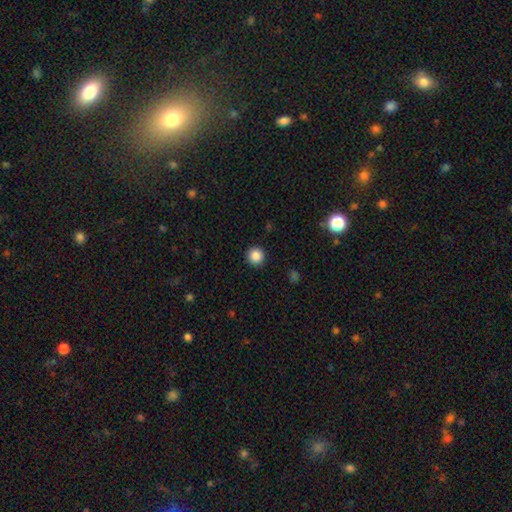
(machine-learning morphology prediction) smooth 86%, star or artifact 11%, featured or disk 3%. Down the decision tree: how rounded — round (95%); merging — none (92%).